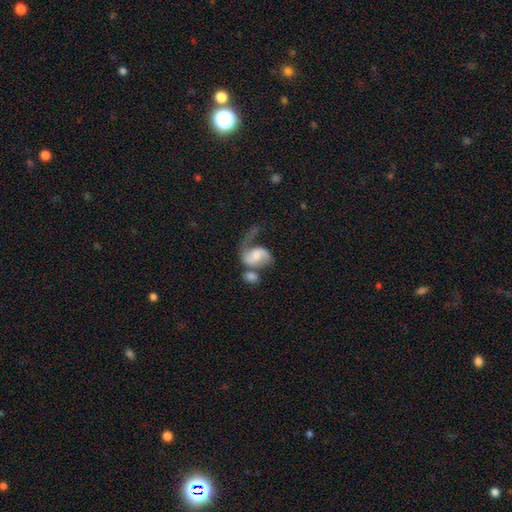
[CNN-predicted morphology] The model was most divided on "merging": merger: 35%, major disturbance: 28%, none: 23%, minor disturbance: 14%. Remaining: edge-on disk — no (98%); spiral arms — yes (91%); smooth or featured — featured or disk (71%); spiral arm count — 2 (63%); spiral winding — loose (57%); bar — no (50%); bulge size — moderate (36%).